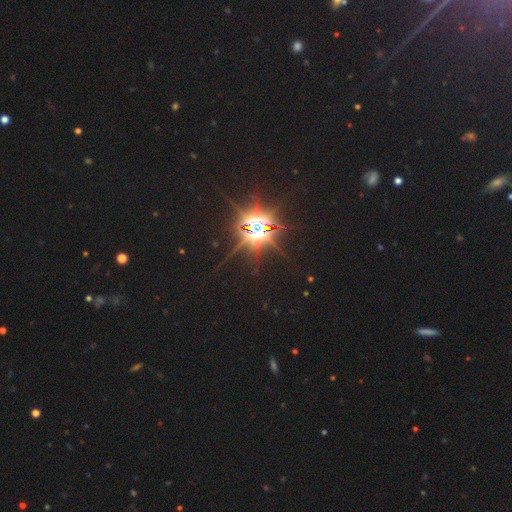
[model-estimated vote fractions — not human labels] Smooth or featured?
  - star or artifact: 85% *
  - smooth: 10%
  - featured or disk: 5%